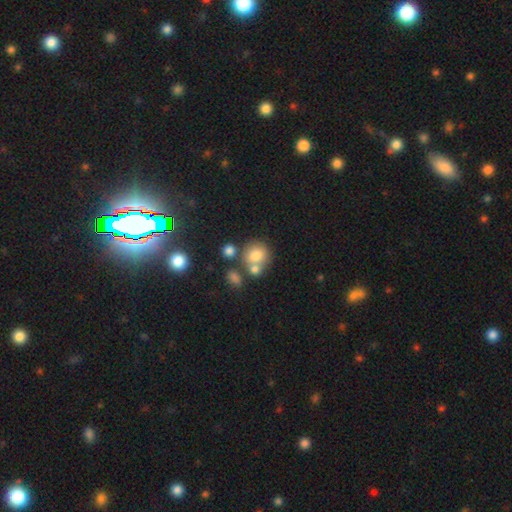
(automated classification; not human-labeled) Q: Smooth or featured?
A: smooth (75%); runner-up: featured or disk (13%)
Q: How rounded?
A: round (79%); runner-up: in between (20%)
Q: Merging?
A: none (49%); runner-up: merger (34%)